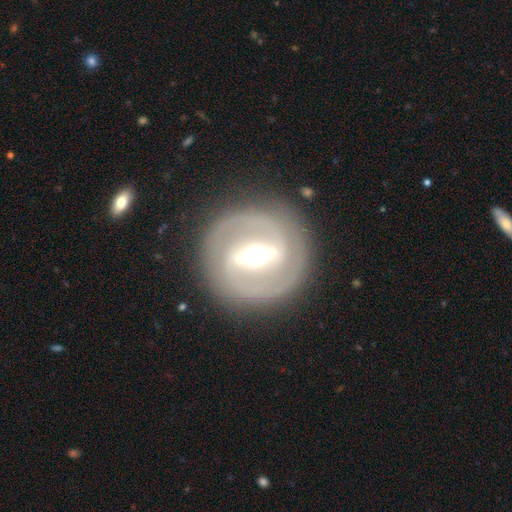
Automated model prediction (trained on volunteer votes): The model was most divided on "spiral arms": yes: 66%, no: 34%. More confident: edge-on disk — no (90%); merging — none (85%); smooth or featured — featured or disk (80%); bar — strong (70%); bulge size — moderate (63%).